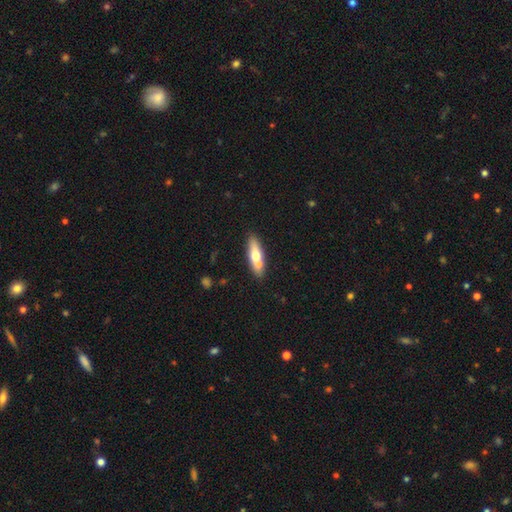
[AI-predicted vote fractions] This appears to be a smooth galaxy with no disk features (58%) that is cigar-shaped (51%). Merging: none (62%).